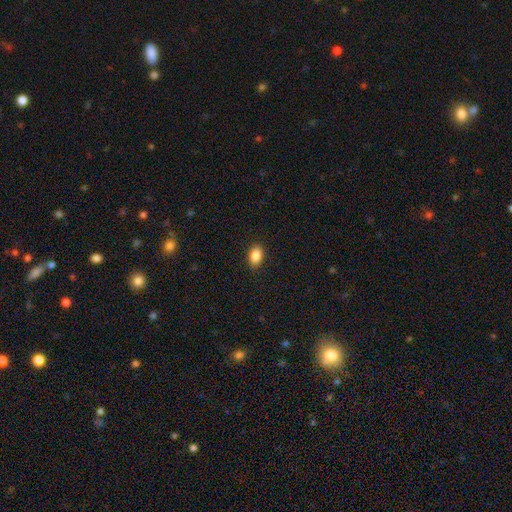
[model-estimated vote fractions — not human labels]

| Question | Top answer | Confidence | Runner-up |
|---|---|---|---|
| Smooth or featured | smooth | 88% | star or artifact (8%) |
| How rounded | in between | 88% | round (10%) |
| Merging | none | 89% | minor disturbance (8%) |